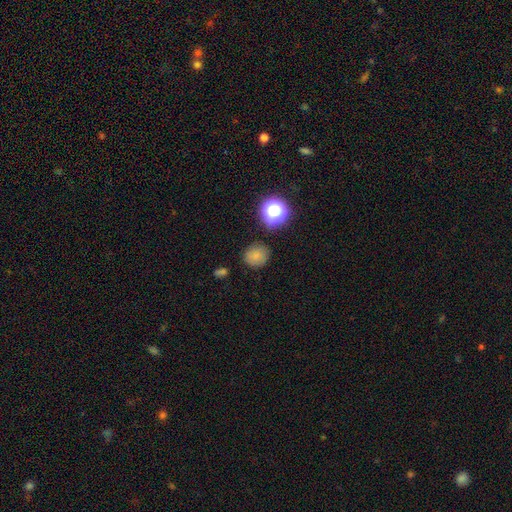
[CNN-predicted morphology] smooth_or_featured: smooth (p=0.77) [alt: star or artifact p=0.15]
how_rounded: round (p=0.87) [alt: in between p=0.12]
merging: none (p=0.82) [alt: minor disturbance p=0.12]